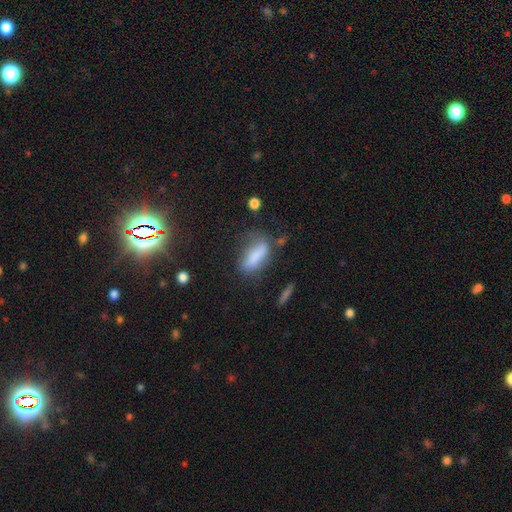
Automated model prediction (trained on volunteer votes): Morphology: type=smooth (73%); roundness=in between (65%); merging=none (45%).